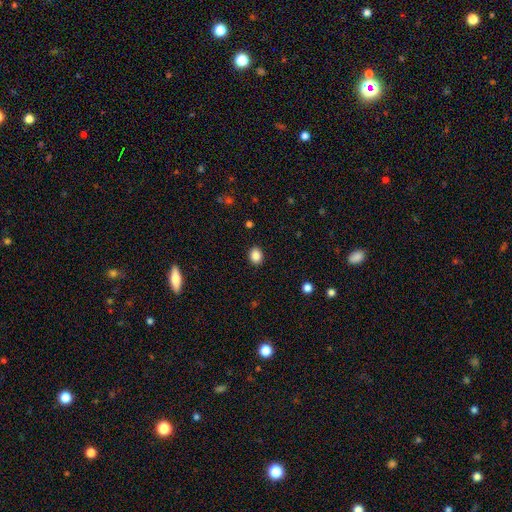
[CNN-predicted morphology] The model was most divided on "how rounded": in between: 54%, round: 45%, cigar-shaped: 1%. More confident: merging — none (90%); smooth or featured — smooth (86%).